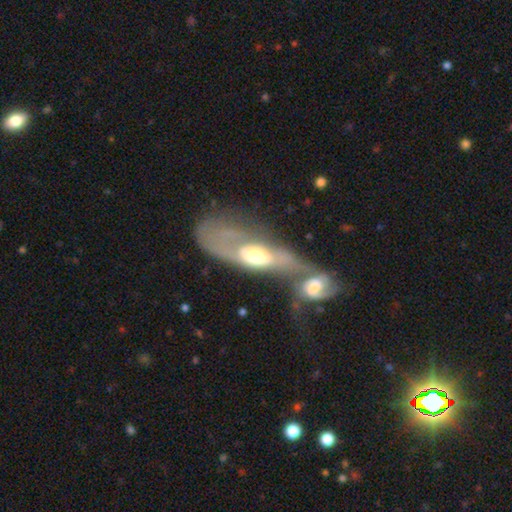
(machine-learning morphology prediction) Smooth or featured: featured or disk — 65% (smooth — 29%)
Edge-on disk: no — 81% (yes — 19%)
Bar: no — 64% (weak — 24%)
Spiral arms: yes — 56% (no — 44%)
Bulge size: moderate — 61% (large — 25%)
Merging: merger — 64% (major disturbance — 16%)